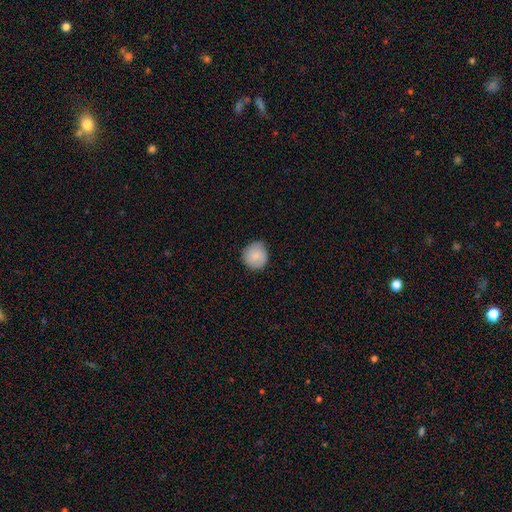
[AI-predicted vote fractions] Smooth or featured? smooth (83%)
How rounded? round (89%)
Merging? none (80%)